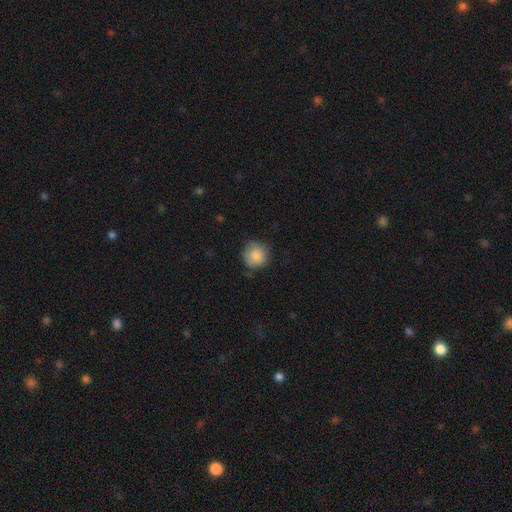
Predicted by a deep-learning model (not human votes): smooth-or-featured: smooth: 87% | star or artifact: 8% | featured or disk: 5%
  how-rounded: round: 92% | in between: 7% | cigar-shaped: 1%
  merging: none: 80% | minor disturbance: 16% | major disturbance: 3% | merger: 1%